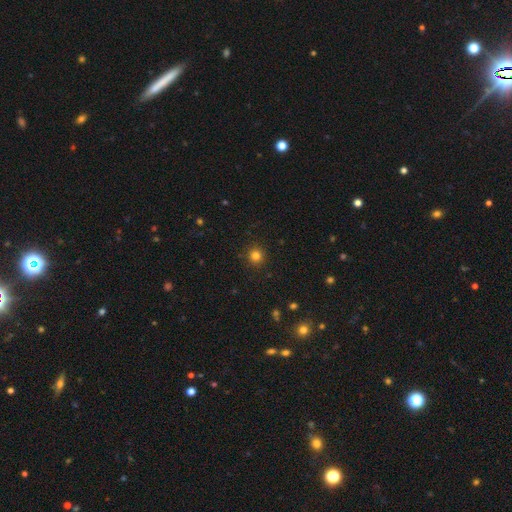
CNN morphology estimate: type=smooth (81%); roundness=round (94%); merging=none (91%).